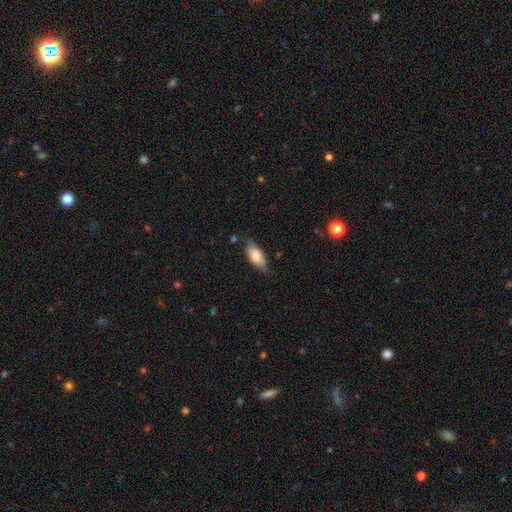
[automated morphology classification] This appears to be a smooth galaxy with no disk features (69%) that is in between round and cigar-shaped (83%). Merging: none (67%).